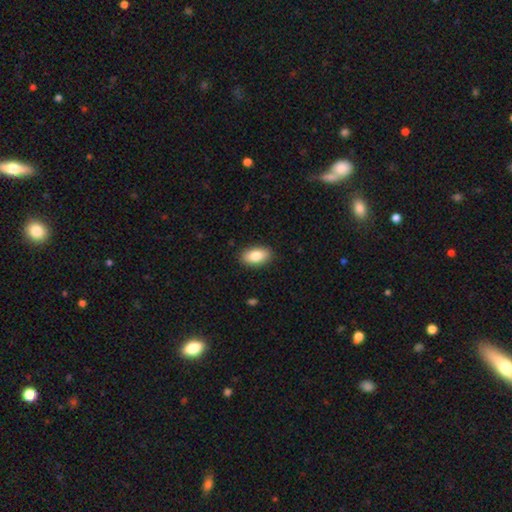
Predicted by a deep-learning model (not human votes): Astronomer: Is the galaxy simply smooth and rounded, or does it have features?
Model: smooth — 85%.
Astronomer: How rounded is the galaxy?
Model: in between — 93%.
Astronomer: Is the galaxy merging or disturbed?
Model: none — 89%.